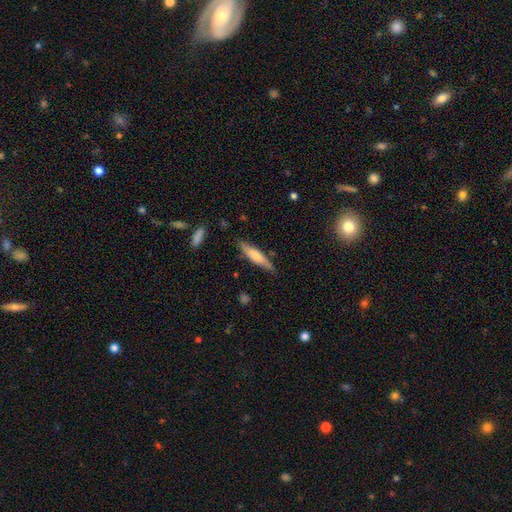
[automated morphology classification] This appears to be a smooth galaxy with no disk features (68%) that is cigar-shaped (79%). Merging: none (79%).